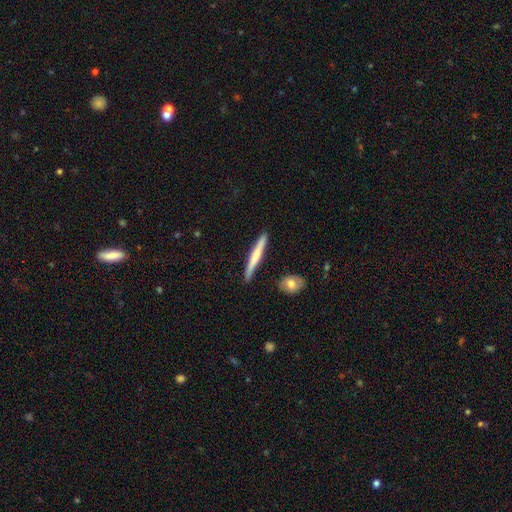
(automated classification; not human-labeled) This appears to be a smooth galaxy with no disk features (56%) that is cigar-shaped (96%). Merging: none (88%).